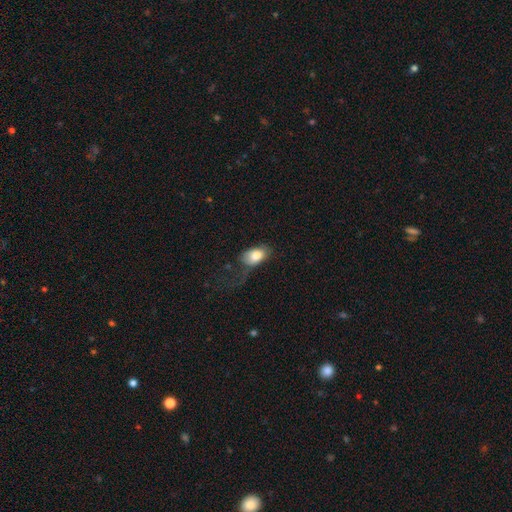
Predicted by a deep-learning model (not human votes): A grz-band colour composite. It shows a smooth galaxy with no disk features (81%) that is in between round and cigar-shaped (90%). Merging: major disturbance (39%).